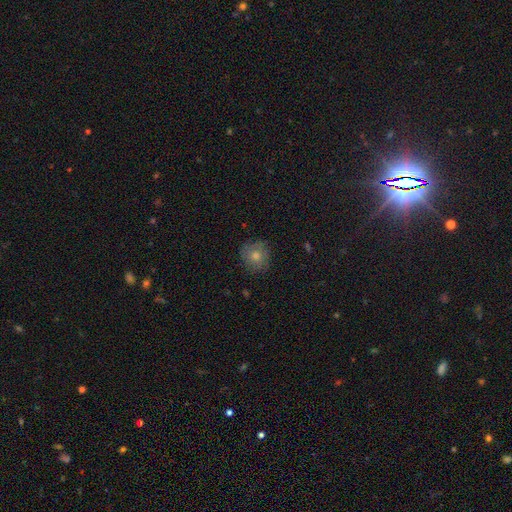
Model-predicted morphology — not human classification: Smooth or featured? Predicted: smooth (p=0.63). How rounded? Predicted: round (p=0.92). Merging? Predicted: none (p=0.83).